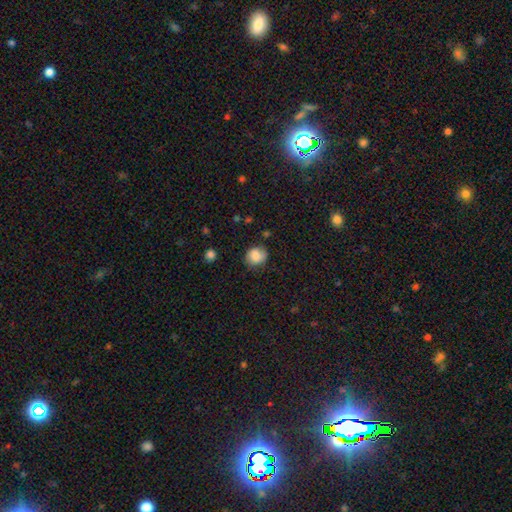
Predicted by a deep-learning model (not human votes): Smooth or featured: smooth — 82% (featured or disk — 9%)
How rounded: round — 78% (in between — 21%)
Merging: none — 75% (minor disturbance — 19%)